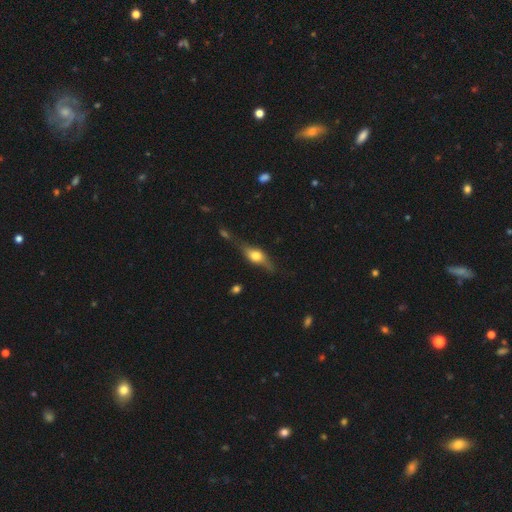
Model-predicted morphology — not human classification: Smooth or featured? featured or disk (51%)
Edge-on disk? yes (83%)
Merging? none (61%)